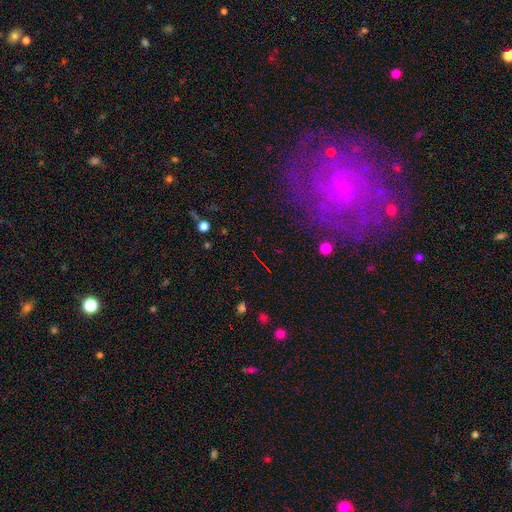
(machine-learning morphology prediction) Smooth or featured: star or artifact — 63% (smooth — 24%)